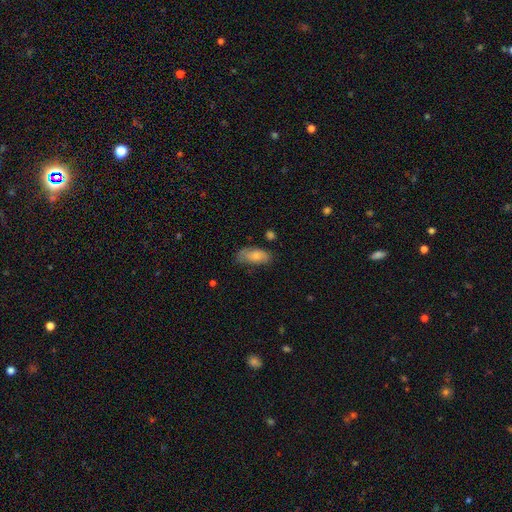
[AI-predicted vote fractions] This is likely a smooth galaxy (77%). How rounded: clearly in between (89%). Merging: possibly none (60%).